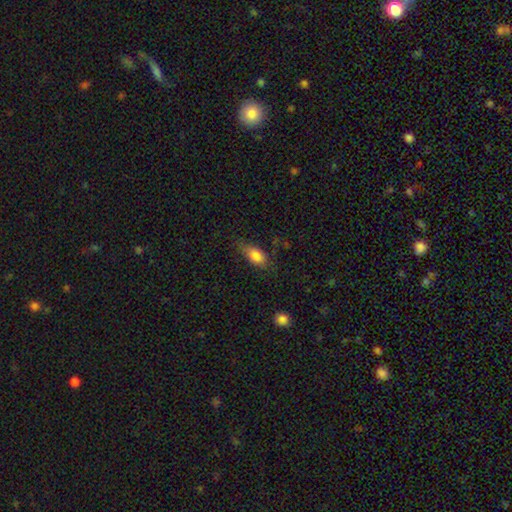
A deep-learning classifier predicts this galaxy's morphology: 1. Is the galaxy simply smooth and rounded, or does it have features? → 80% smooth, 12% featured or disk, 8% star or artifact.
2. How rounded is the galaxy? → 83% in between, 11% cigar-shaped, 6% round.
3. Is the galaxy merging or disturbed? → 66% none, 24% minor disturbance, 8% major disturbance, 2% merger.